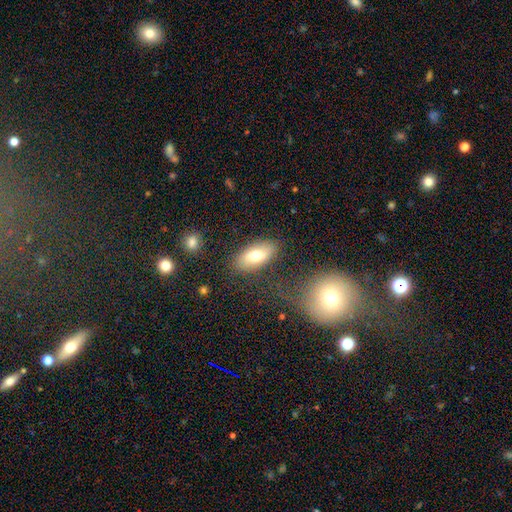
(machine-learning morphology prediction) Smooth or featured: smooth — 70% (featured or disk — 23%)
How rounded: in between — 90% (cigar-shaped — 7%)
Merging: none — 83% (minor disturbance — 11%)